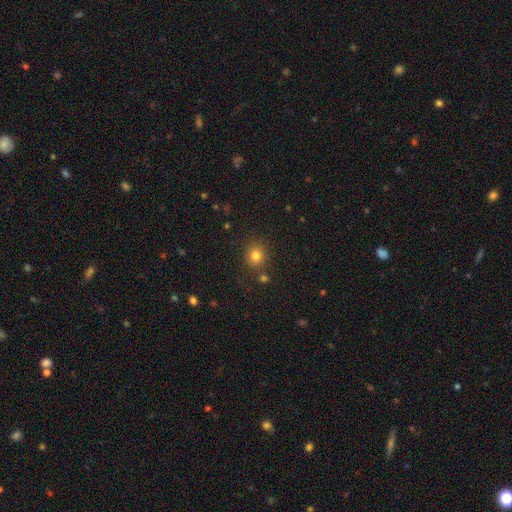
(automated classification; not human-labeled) Smooth or featured? Predicted: smooth (p=0.81). How rounded? Predicted: round (p=0.81). Merging? Predicted: none (p=0.80).